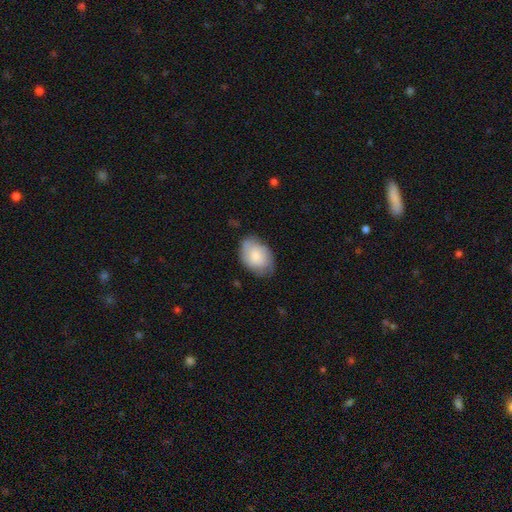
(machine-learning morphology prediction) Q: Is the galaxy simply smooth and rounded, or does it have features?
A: smooth — 69%.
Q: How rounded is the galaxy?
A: in between — 84%.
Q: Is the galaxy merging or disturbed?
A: none — 66%.